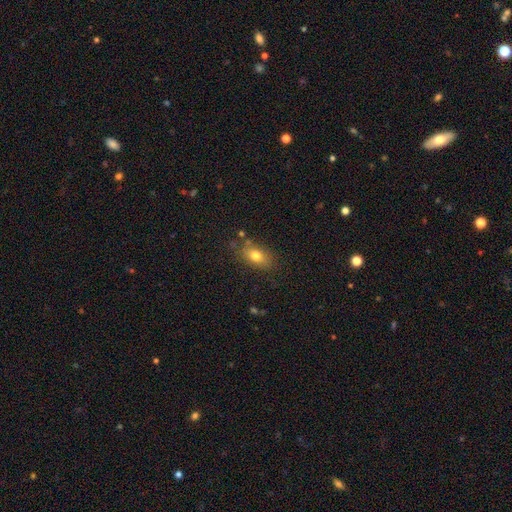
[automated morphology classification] Smooth or featured? smooth (77%)
How rounded? in between (82%)
Merging? none (75%)